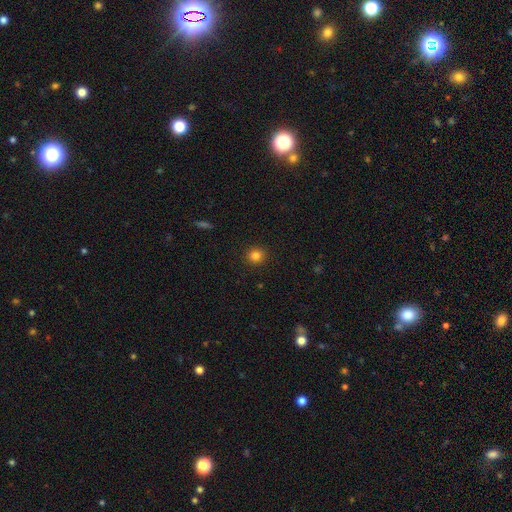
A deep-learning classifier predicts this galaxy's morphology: Smooth or featured? smooth (83%)
How rounded? round (92%)
Merging? none (92%)